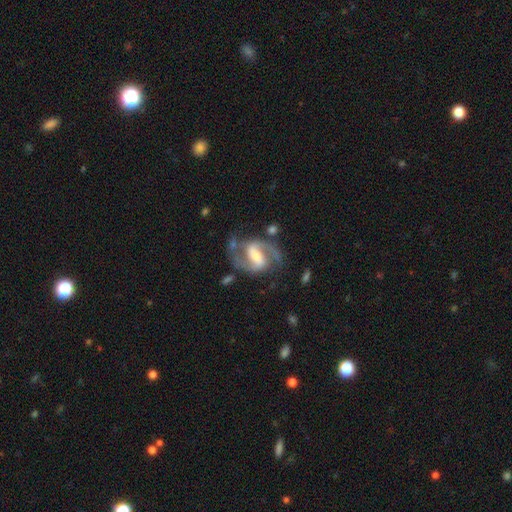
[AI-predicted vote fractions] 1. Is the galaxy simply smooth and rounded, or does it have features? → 91% featured or disk, 5% smooth, 4% star or artifact.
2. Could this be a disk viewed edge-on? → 98% no, 2% yes.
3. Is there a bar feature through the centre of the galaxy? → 48% strong, 39% weak, 13% no.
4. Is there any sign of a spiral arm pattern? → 98% yes, 2% no.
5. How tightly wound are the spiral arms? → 63% medium, 19% tight, 18% loose.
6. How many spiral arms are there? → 94% 2, 2% can't tell, 1% 1, 1% 3, 1% 4, 1% more than 4.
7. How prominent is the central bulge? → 44% moderate, 36% small, 11% large, 7% none, 2% dominant.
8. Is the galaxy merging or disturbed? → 74% none, 15% minor disturbance, 7% major disturbance, 3% merger.